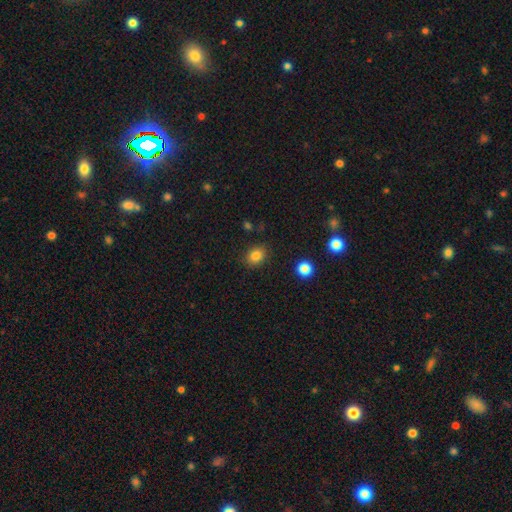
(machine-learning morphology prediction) Smooth or featured: smooth — 83% (star or artifact — 11%)
How rounded: round — 54% (in between — 45%)
Merging: none — 85% (minor disturbance — 10%)